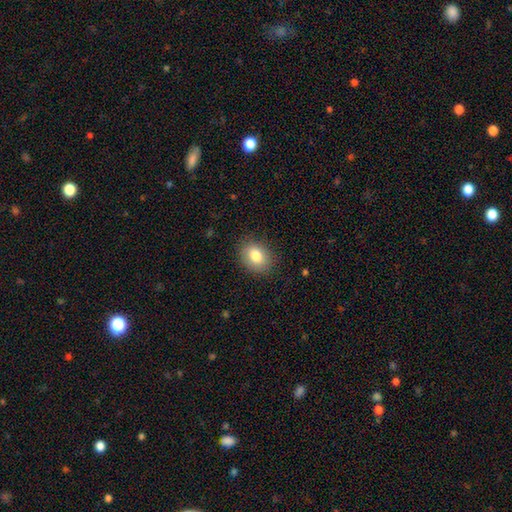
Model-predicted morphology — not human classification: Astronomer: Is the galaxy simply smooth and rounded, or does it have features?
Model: smooth — 82%.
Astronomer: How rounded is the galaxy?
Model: in between — 66%.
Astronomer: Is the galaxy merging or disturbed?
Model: none — 86%.